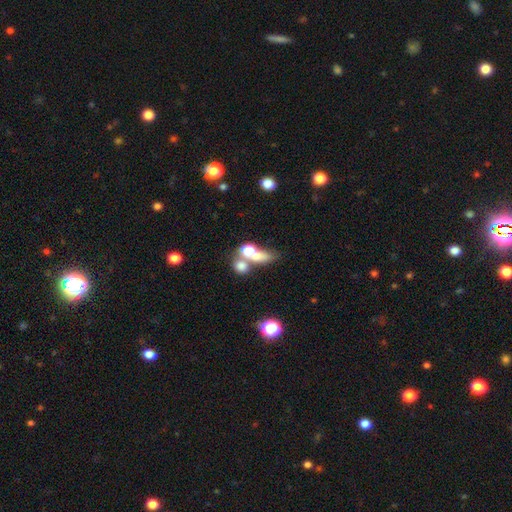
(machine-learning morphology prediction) smooth 62%, featured or disk 23%, star or artifact 15%. Down the decision tree: how rounded — round (46%, tied with in between); merging — merger (57%).